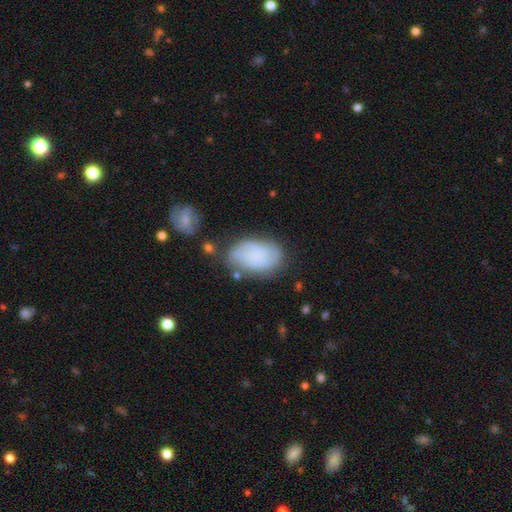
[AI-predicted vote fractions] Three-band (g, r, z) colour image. It shows a smooth galaxy with no disk features (48%). Merging: none (62%).